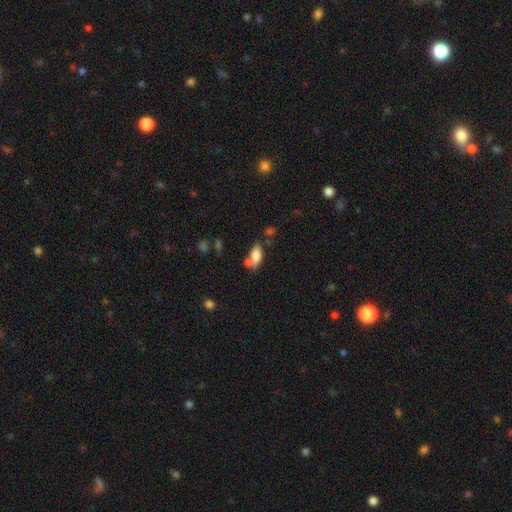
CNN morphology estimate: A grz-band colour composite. It shows a smooth galaxy with no disk features (77%) that is in between round and cigar-shaped (88%). Merging: none (47%).